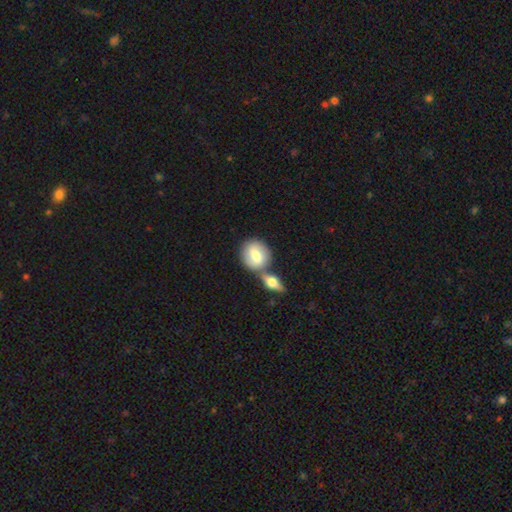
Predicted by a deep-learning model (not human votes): Smooth or featured? Predicted: smooth (p=0.68). How rounded? Predicted: round (p=0.67). Merging? Predicted: merger (p=0.43, tied with none).